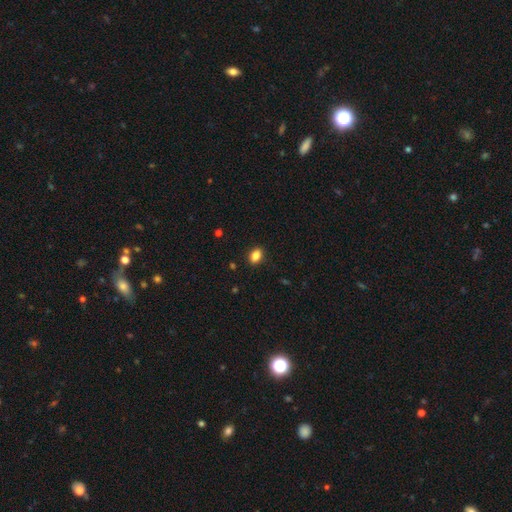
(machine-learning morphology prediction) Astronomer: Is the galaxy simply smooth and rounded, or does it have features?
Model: smooth — 86%.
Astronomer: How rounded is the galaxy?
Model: in between — 81%.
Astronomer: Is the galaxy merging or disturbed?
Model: none — 89%.